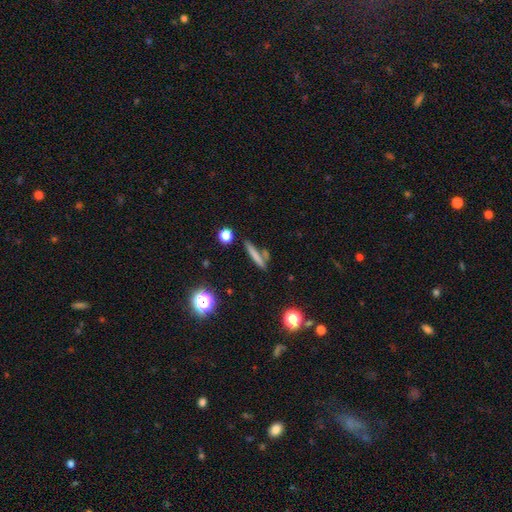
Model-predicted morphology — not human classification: Smooth or featured: smooth — 68% (featured or disk — 21%)
How rounded: cigar-shaped — 89% (in between — 7%)
Merging: none — 73% (merger — 12%)